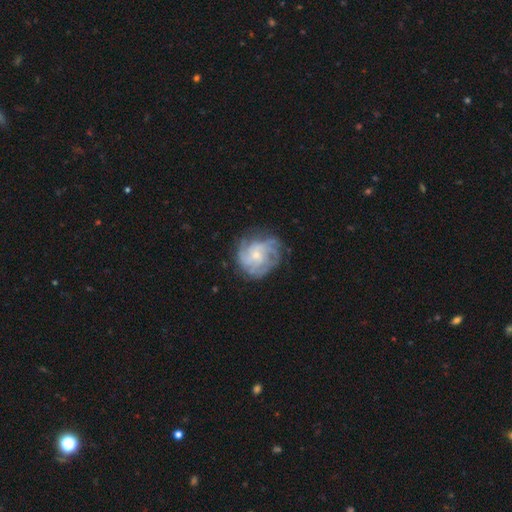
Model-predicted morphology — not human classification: The model was most divided on "spiral arm count": can't tell: 33%, 4: 25%, 3: 18%, 2: 9%, more than 4: 9%, 1: 6%. More confident: edge-on disk — no (98%); spiral arms — yes (92%); smooth or featured — featured or disk (78%); merging — none (71%); bar — no (70%); bulge size — small (56%); spiral winding — tight (55%).